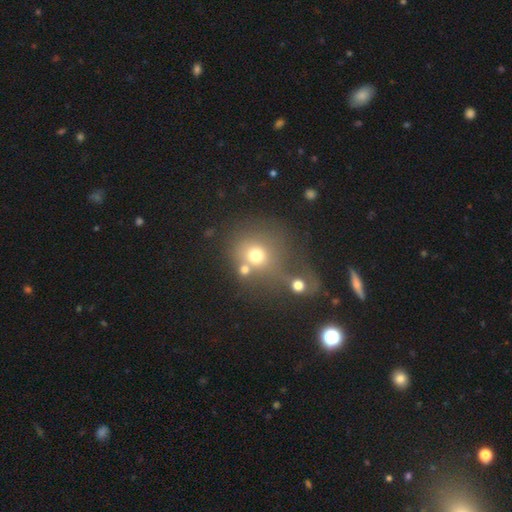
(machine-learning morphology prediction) Smooth or featured?
  - smooth: 66% *
  - star or artifact: 17%
  - featured or disk: 16%
How rounded?
  - round: 83% *
  - in between: 16%
  - cigar-shaped: 1%
Merging?
  - merger: 40% *
  - none: 38%
  - major disturbance: 12%
  - minor disturbance: 10%